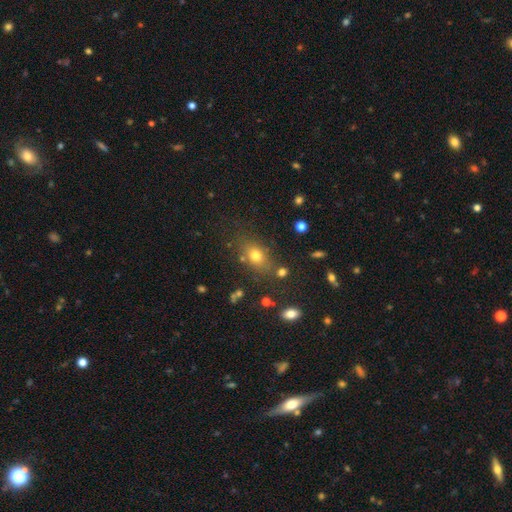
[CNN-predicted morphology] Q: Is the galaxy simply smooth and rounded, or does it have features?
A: smooth — 71%.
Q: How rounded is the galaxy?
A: in between — 64%.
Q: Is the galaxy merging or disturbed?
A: none — 73%.